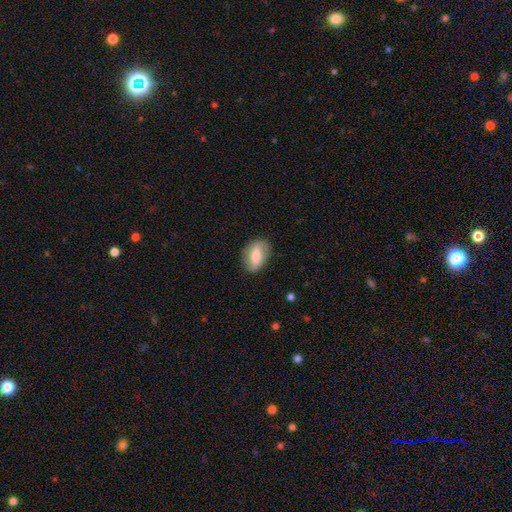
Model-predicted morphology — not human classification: smooth-or-featured: smooth: 50% | featured or disk: 43% | star or artifact: 7%
  how-rounded: in between: 85% | round: 12% | cigar-shaped: 4%
  merging: none: 81% | minor disturbance: 14% | major disturbance: 4% | merger: 1%